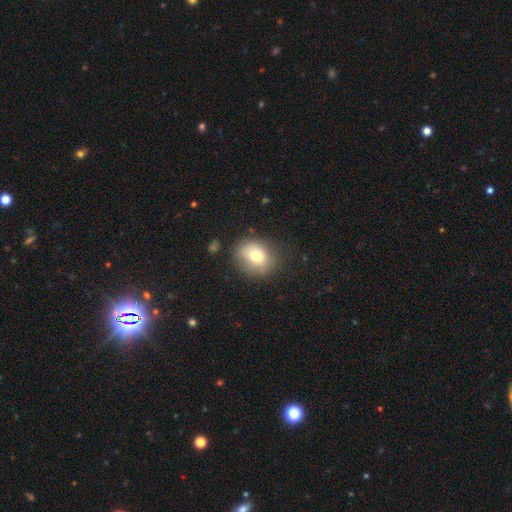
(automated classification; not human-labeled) The model was most divided on "how rounded": round: 63%, in between: 36%, cigar-shaped: 1%. More confident: merging — none (75%); smooth or featured — smooth (73%).